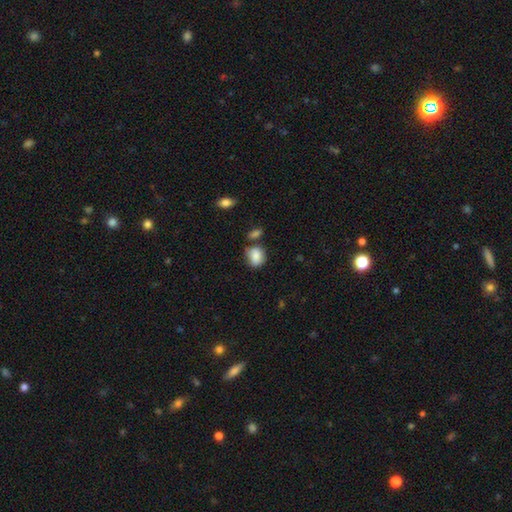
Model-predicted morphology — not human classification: Smooth or featured: smooth — 83% (featured or disk — 9%)
How rounded: in between — 55% (round — 43%)
Merging: none — 54% (minor disturbance — 25%)